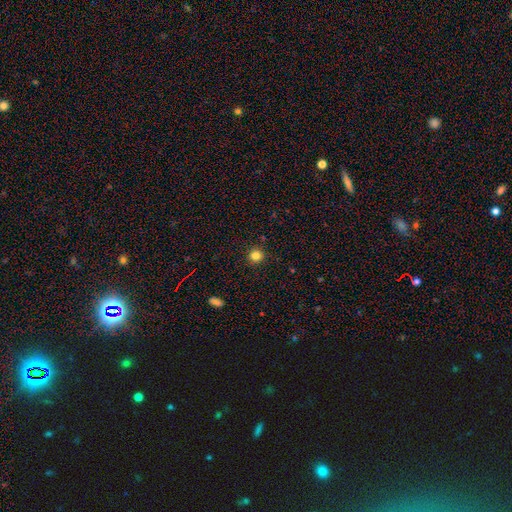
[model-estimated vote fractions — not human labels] This is clearly a smooth galaxy (83%). How rounded: clearly round (93%). Merging: clearly none (91%).